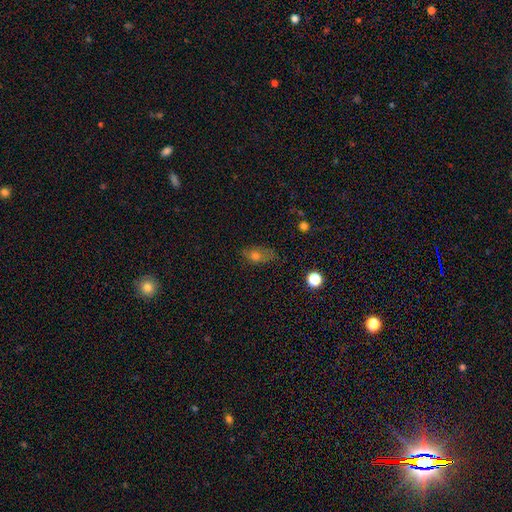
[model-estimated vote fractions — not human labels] A smooth galaxy with no disk features (60%) that is in between round and cigar-shaped (74%). Merging: none (58%).